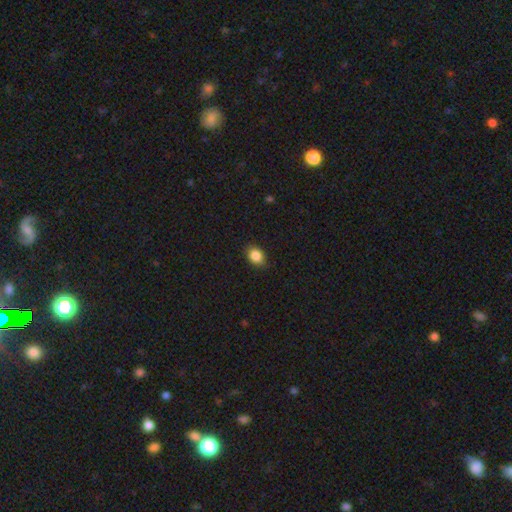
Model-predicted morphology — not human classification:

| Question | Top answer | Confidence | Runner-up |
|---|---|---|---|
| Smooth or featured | smooth | 87% | star or artifact (9%) |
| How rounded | in between | 70% | round (29%) |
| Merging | none | 85% | minor disturbance (12%) |